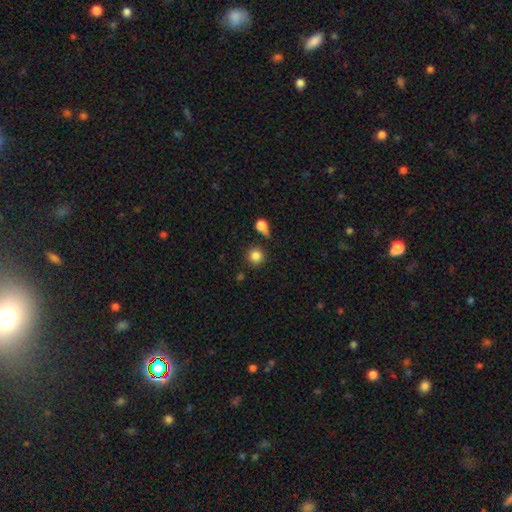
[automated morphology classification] A smooth galaxy with no disk features (84%) that is round (92%). Merging: none (78%).